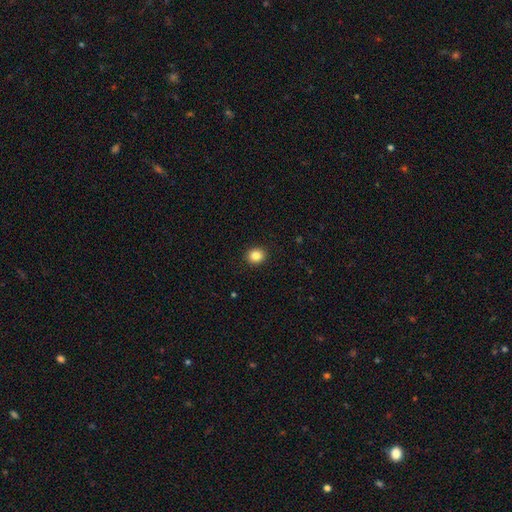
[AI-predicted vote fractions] This is clearly a smooth galaxy (85%). How rounded: clearly round (81%). Merging: clearly none (92%).